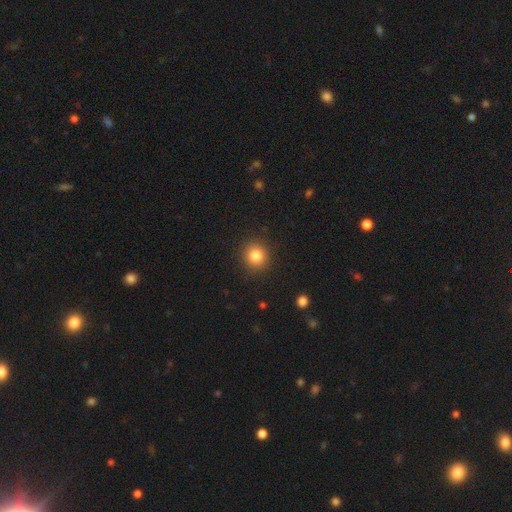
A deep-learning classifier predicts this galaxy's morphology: Overall: smooth (83%). How rounded: round (89%). Merging: none (91%).